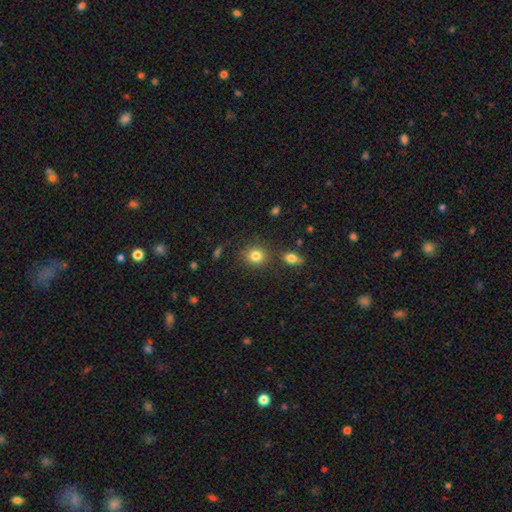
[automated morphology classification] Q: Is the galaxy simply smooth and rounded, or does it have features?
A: smooth — 82%.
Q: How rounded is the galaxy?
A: round — 79%.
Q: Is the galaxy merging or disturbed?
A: none — 79%.